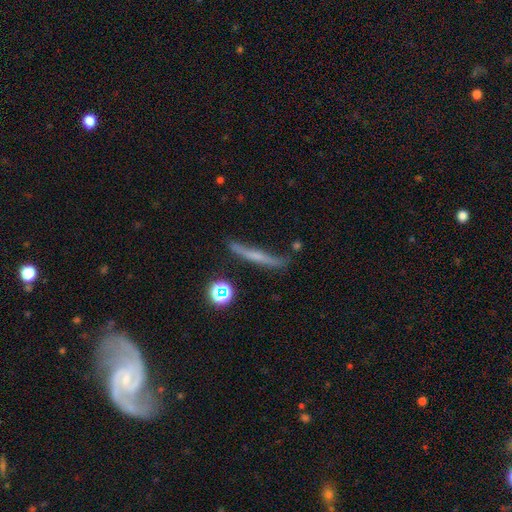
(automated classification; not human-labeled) Smooth or featured: featured or disk — 46% (smooth — 41%)
Merging: none — 71% (minor disturbance — 18%)